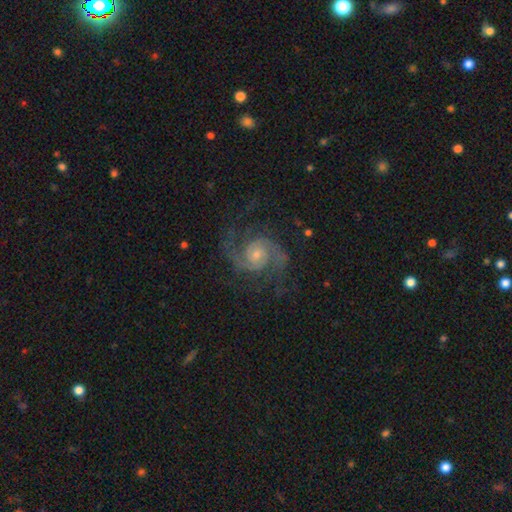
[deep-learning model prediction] Q: Smooth or featured?
A: featured or disk (91%); runner-up: star or artifact (5%)
Q: Edge-on disk?
A: no (98%); runner-up: yes (2%)
Q: Bar?
A: no (62%); runner-up: weak (32%)
Q: Spiral arms?
A: yes (98%); runner-up: no (2%)
Q: Spiral winding?
A: medium (56%); runner-up: tight (30%)
Q: Spiral arm count?
A: 2 (80%); runner-up: 3 (8%)
Q: Bulge size?
A: small (55%); runner-up: moderate (37%)
Q: Merging?
A: none (73%); runner-up: minor disturbance (14%)